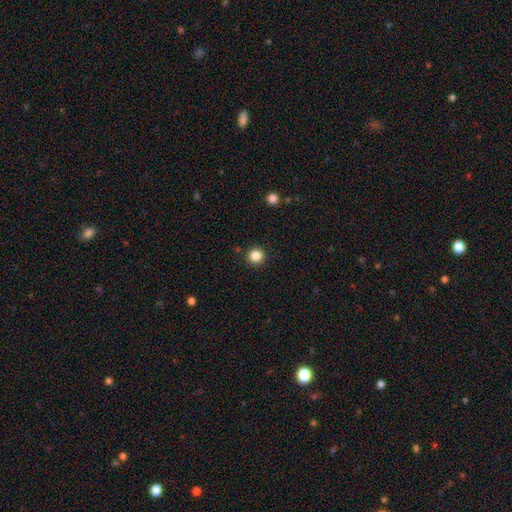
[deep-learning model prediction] smooth 85%, star or artifact 11%, featured or disk 4%. Down the decision tree: how rounded — round (95%); merging — none (91%).